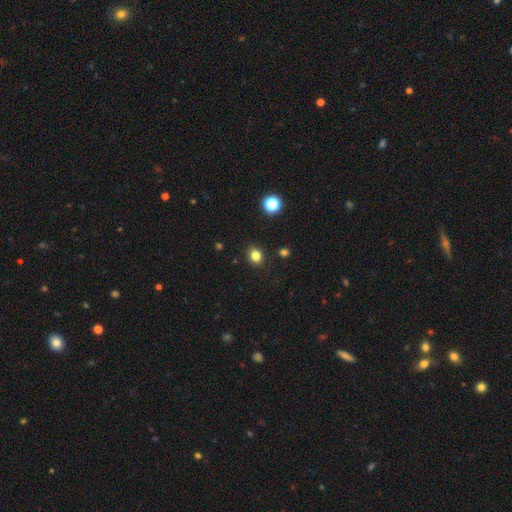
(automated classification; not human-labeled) This is clearly a smooth galaxy (81%). How rounded: possibly round (55%). Merging: clearly none (86%).